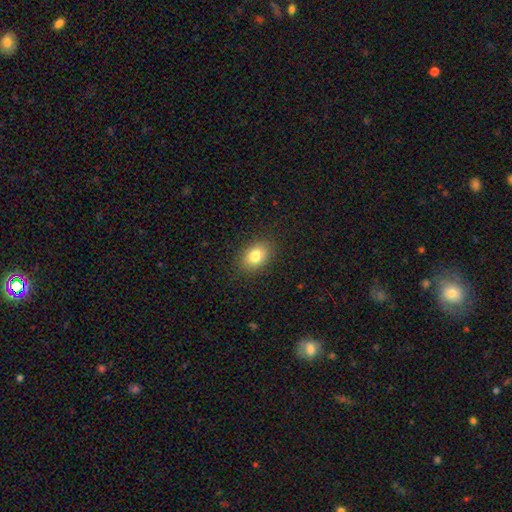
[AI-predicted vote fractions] Overall: smooth (82%). How rounded: in between (74%). Merging: none (88%).